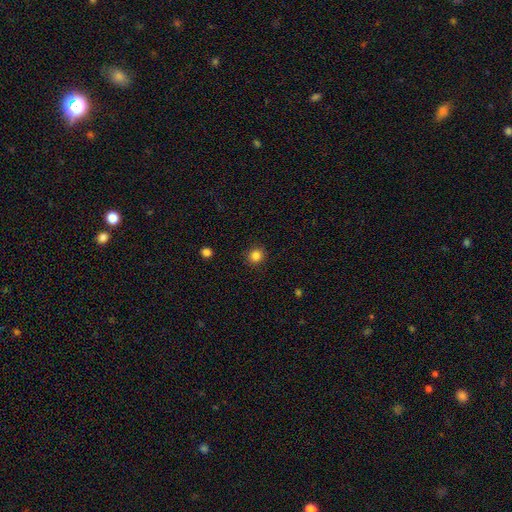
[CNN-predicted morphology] smooth 85%, star or artifact 11%, featured or disk 4%. Down the decision tree: how rounded — round (91%); merging — none (90%).